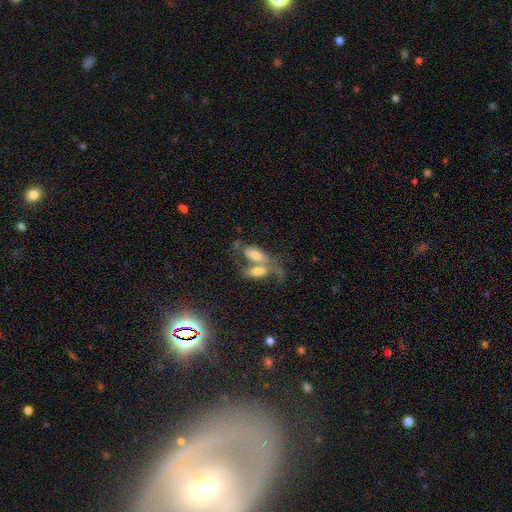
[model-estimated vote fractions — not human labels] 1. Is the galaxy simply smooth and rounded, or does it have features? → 53% smooth, 34% featured or disk, 13% star or artifact.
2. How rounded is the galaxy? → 80% in between, 16% cigar-shaped, 4% round.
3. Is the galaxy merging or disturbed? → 58% merger, 25% none, 10% minor disturbance, 8% major disturbance.